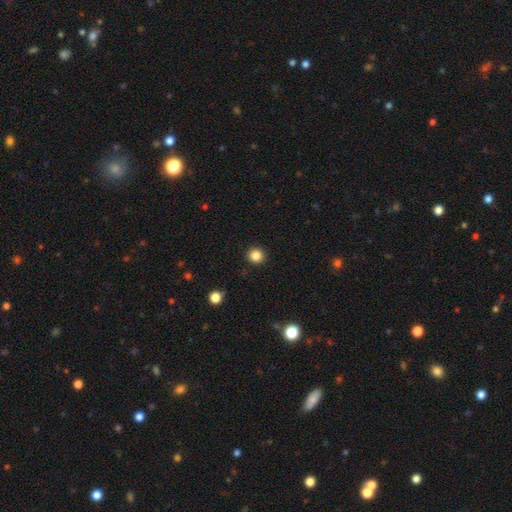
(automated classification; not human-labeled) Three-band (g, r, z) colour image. It shows a smooth galaxy with no disk features (85%) that is round (94%). Merging: none (93%).